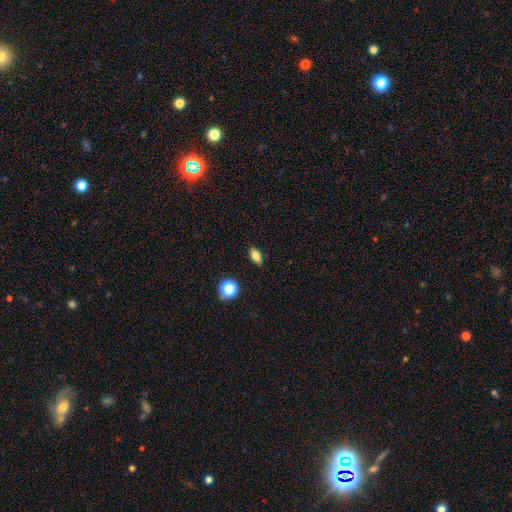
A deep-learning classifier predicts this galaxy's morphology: A smooth galaxy with no disk features (76%) that is in between round and cigar-shaped (79%).

Vote fractions:
- Smooth or featured? smooth: 76% / featured or disk: 12% / star or artifact: 11%
- How rounded? in between: 79% / cigar-shaped: 11% / round: 10%
- Merging? none: 88% / minor disturbance: 9% / major disturbance: 2% / merger: 1%